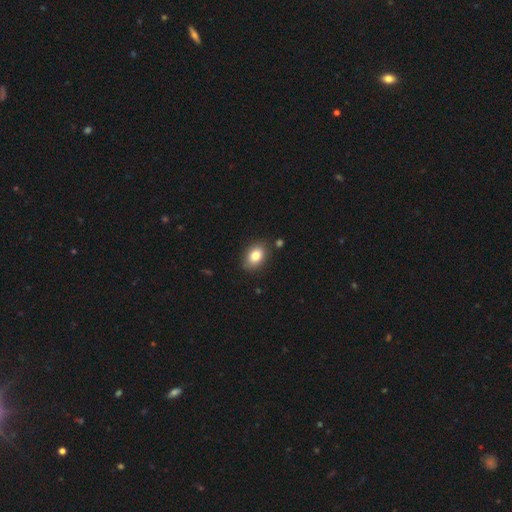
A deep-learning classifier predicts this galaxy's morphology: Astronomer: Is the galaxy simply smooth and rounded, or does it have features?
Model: smooth — 82%.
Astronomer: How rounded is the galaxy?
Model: in between — 79%.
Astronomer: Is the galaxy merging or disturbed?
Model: none — 84%.